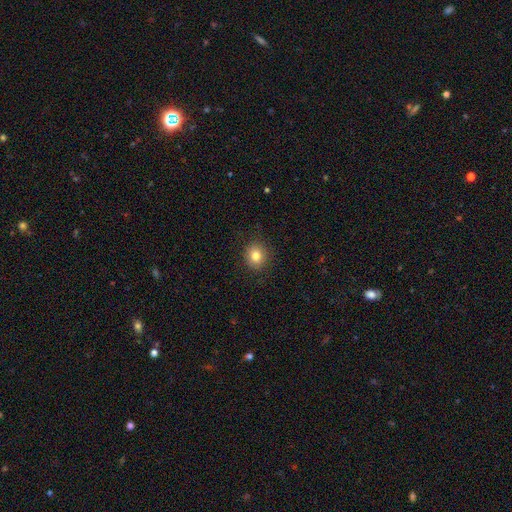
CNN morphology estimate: smooth_or_featured: smooth (p=0.80) [alt: star or artifact p=0.12]
how_rounded: round (p=0.81) [alt: in between p=0.18]
merging: none (p=0.89) [alt: minor disturbance p=0.08]